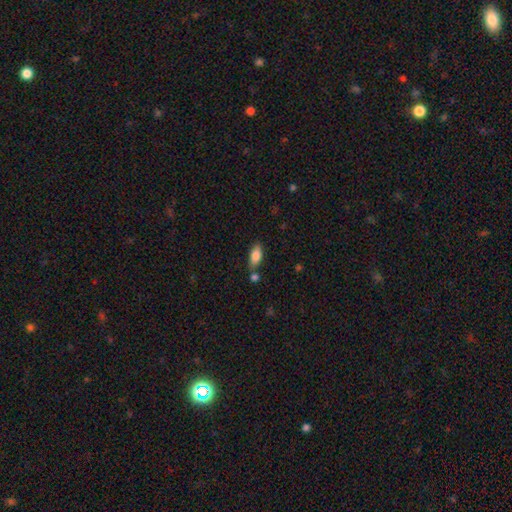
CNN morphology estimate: This is likely a smooth galaxy (79%). How rounded: clearly in between (83%). Merging: likely none (72%).